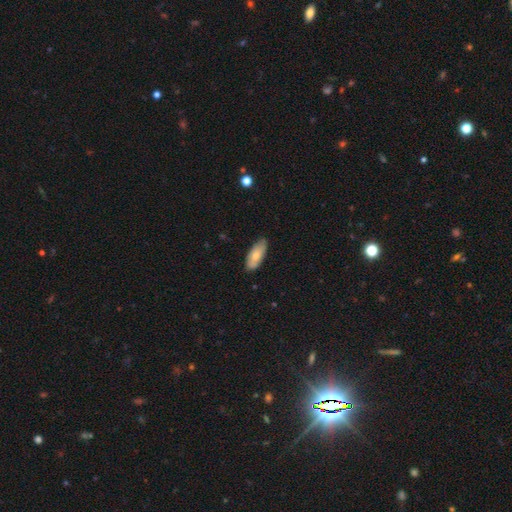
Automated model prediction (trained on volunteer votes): The model was most divided on "smooth or featured": smooth: 72%, featured or disk: 22%, star or artifact: 6%. More confident: how rounded — in between (83%); merging — none (81%).